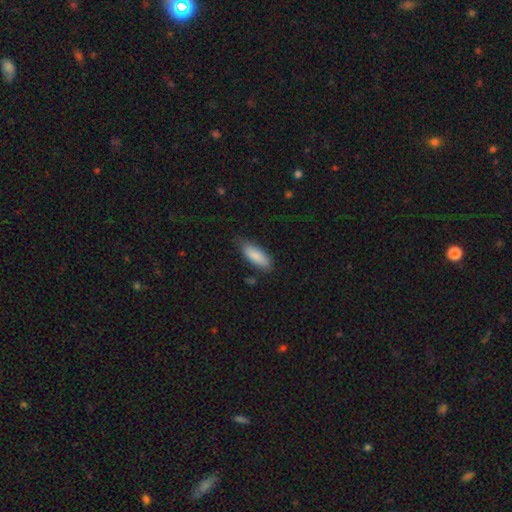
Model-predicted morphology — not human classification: Q: Smooth or featured?
A: smooth (86%); runner-up: featured or disk (8%)
Q: How rounded?
A: in between (71%); runner-up: cigar-shaped (27%)
Q: Merging?
A: none (71%); runner-up: minor disturbance (23%)